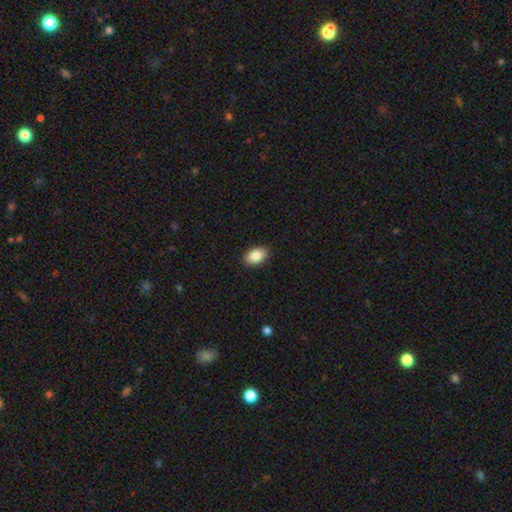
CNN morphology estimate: This is clearly a smooth galaxy (87%). How rounded: clearly in between (89%). Merging: clearly none (90%).